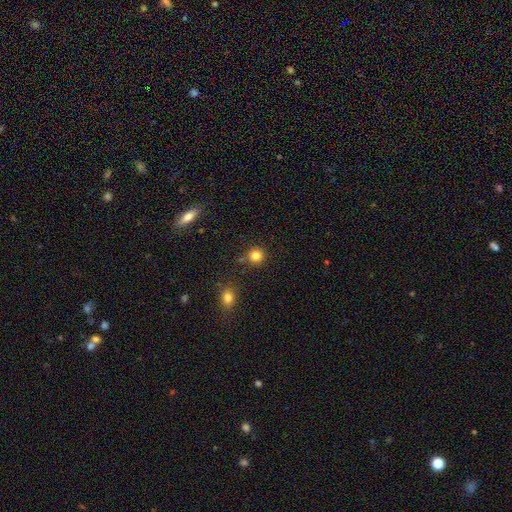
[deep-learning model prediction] smooth-or-featured: smooth: 83% | star or artifact: 12% | featured or disk: 5%
  how-rounded: round: 92% | in between: 7% | cigar-shaped: 1%
  merging: none: 82% | minor disturbance: 9% | merger: 7% | major disturbance: 3%